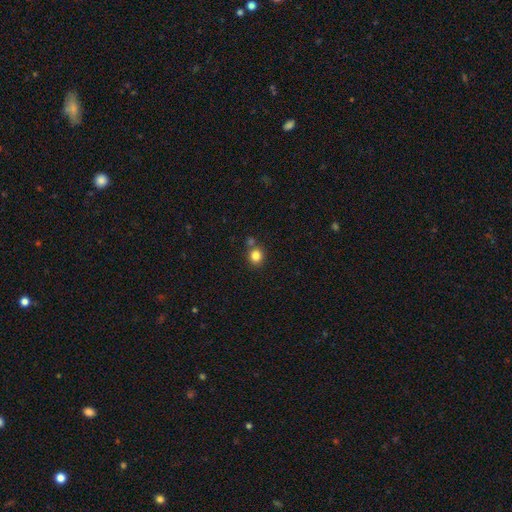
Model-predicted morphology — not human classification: A smooth galaxy with no disk features (83%) that is round (86%).

Vote fractions:
- Smooth or featured? smooth: 83% / star or artifact: 12% / featured or disk: 5%
- How rounded? round: 86% / in between: 14% / cigar-shaped: 1%
- Merging? none: 73% / merger: 15% / minor disturbance: 9% / major disturbance: 3%